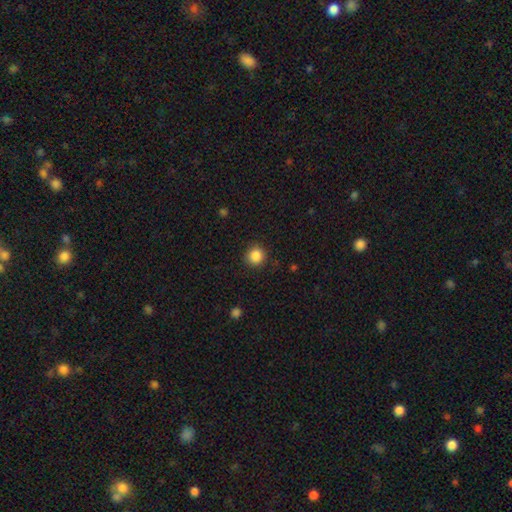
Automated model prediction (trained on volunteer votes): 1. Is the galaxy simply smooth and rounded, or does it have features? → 86% smooth, 10% star or artifact, 3% featured or disk.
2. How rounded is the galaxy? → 91% round, 8% in between, 1% cigar-shaped.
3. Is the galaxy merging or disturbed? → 88% none, 8% minor disturbance, 3% major disturbance, 1% merger.